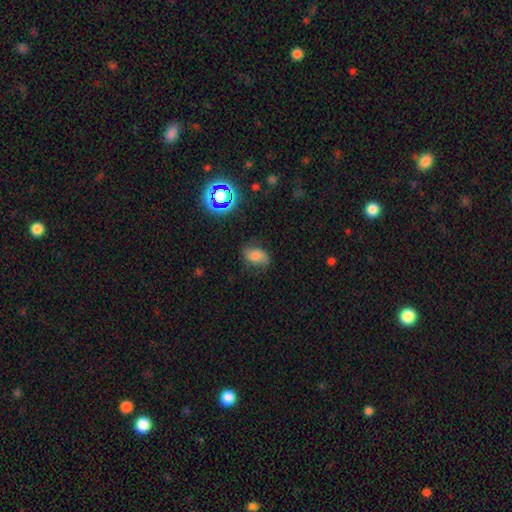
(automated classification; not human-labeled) Smooth or featured? Predicted: smooth (p=0.65). How rounded? Predicted: in between (p=0.81). Merging? Predicted: none (p=0.68).